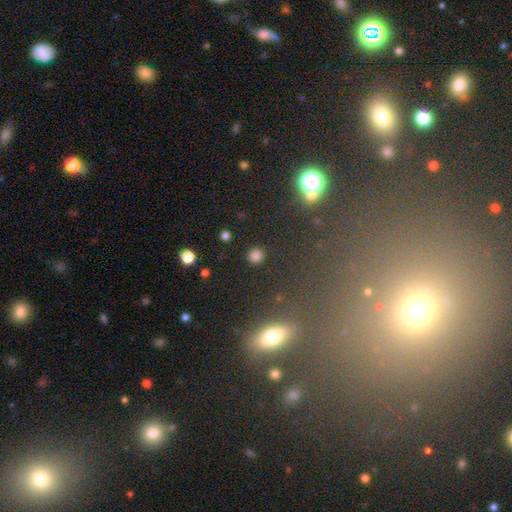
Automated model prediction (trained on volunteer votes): This is likely a smooth galaxy (79%). How rounded: clearly round (93%). Merging: clearly none (91%).